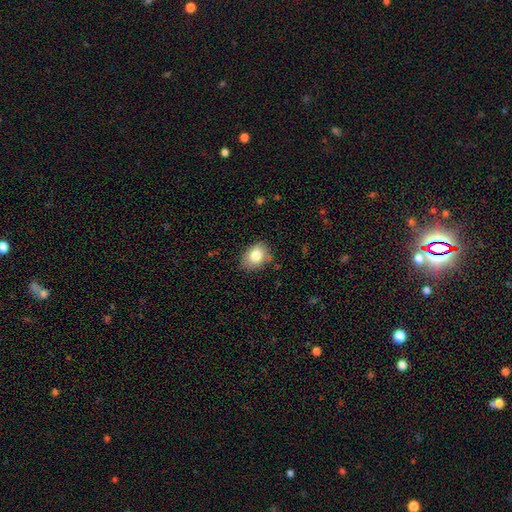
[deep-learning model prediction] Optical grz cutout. It shows a smooth galaxy with no disk features (80%) that is in between round and cigar-shaped (68%). Merging: none (75%).